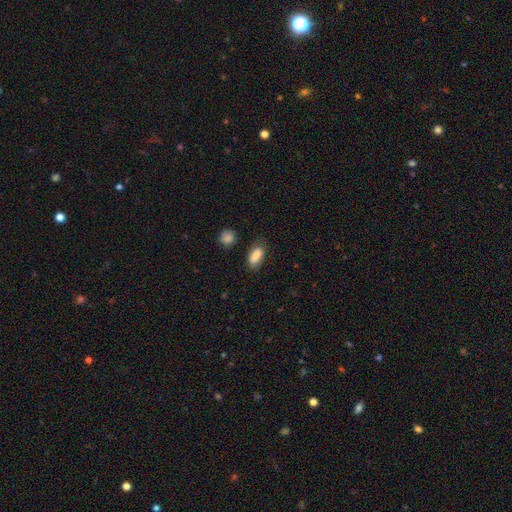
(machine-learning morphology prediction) This is clearly a smooth galaxy (86%). How rounded: clearly in between (85%). Merging: likely none (73%).